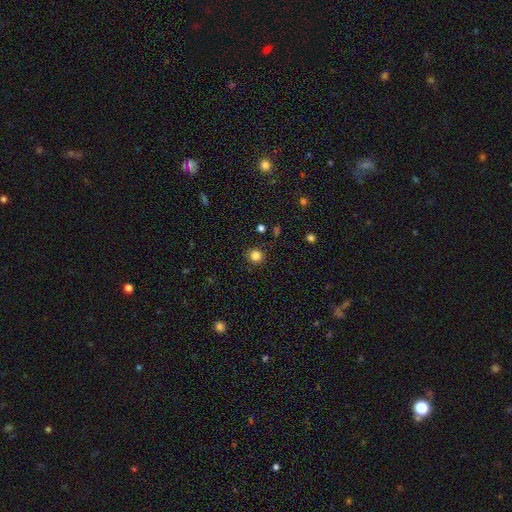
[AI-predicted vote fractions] Overall: smooth (83%). How rounded: round (91%). Merging: none (90%).